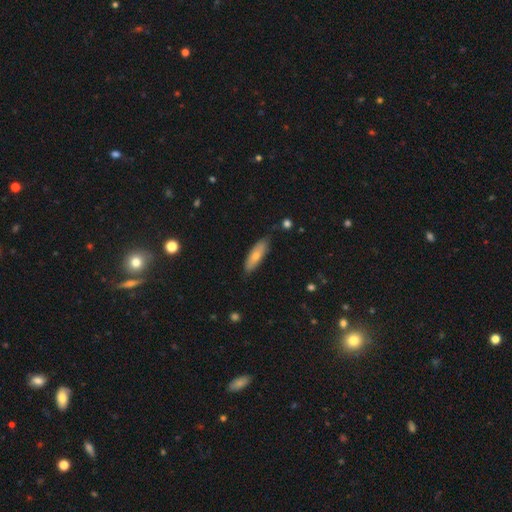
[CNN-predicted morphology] This is likely a smooth galaxy (67%). How rounded: possibly in between (54%). Merging: likely none (78%).